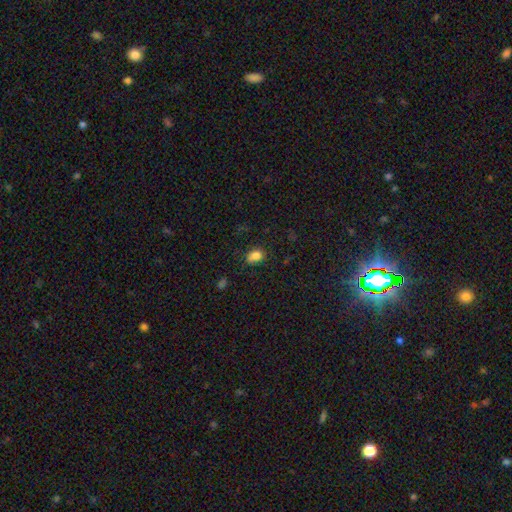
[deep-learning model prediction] smooth-or-featured: smooth: 81% | star or artifact: 12% | featured or disk: 7%
  how-rounded: in between: 59% | round: 40% | cigar-shaped: 1%
  merging: none: 62% | minor disturbance: 27% | major disturbance: 7% | merger: 4%